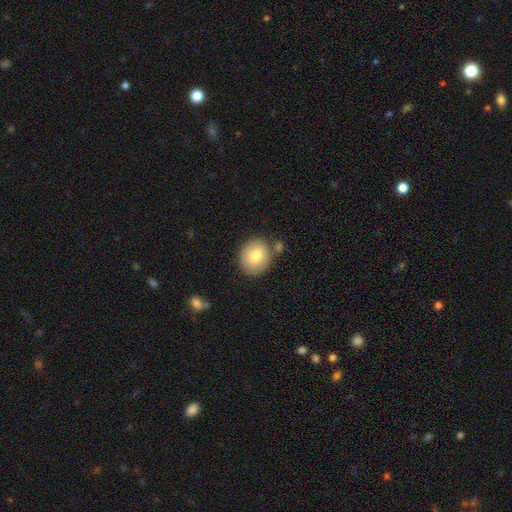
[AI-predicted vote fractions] A smooth galaxy with no disk features (78%) that is round (73%).

Vote fractions:
- Smooth or featured? smooth: 78% / featured or disk: 15% / star or artifact: 8%
- How rounded? round: 73% / in between: 26% / cigar-shaped: 1%
- Merging? none: 78% / minor disturbance: 11% / merger: 8% / major disturbance: 3%